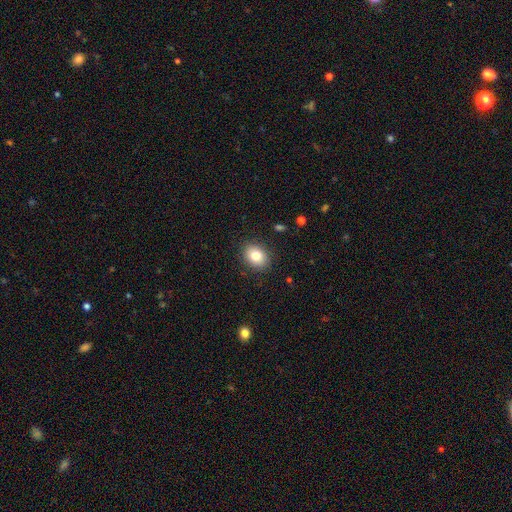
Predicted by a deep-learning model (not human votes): Smooth or featured? Predicted: smooth (p=0.81). How rounded? Predicted: in between (p=0.57). Merging? Predicted: none (p=0.88).